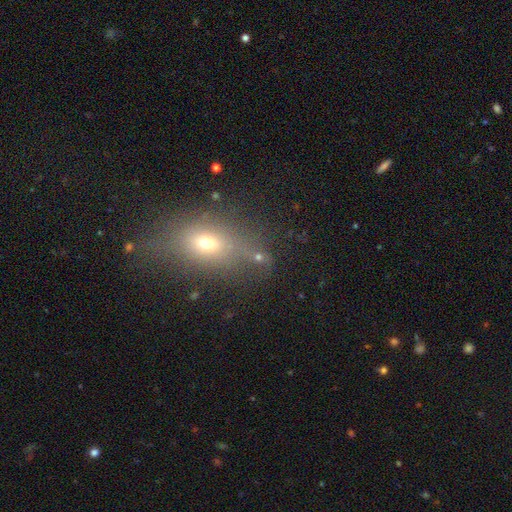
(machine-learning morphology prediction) smooth 49%, star or artifact 31%, featured or disk 20%. Down the decision tree: merging — none (57%).